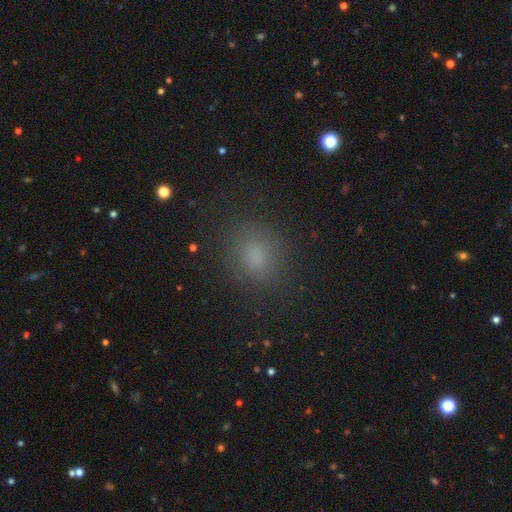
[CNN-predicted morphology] Smooth or featured? smooth (77%)
How rounded? round (61%)
Merging? none (83%)